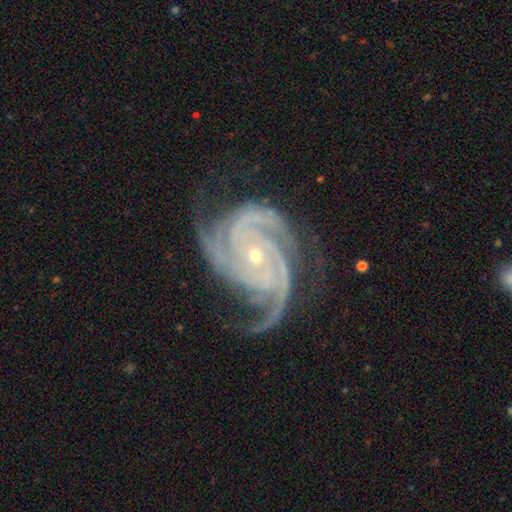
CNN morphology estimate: This is clearly a featured or disk galaxy (94%). It is clearly not viewed edge-on (98%). Bar: likely no (69%). Spiral arm pattern: clearly yes (99%). Spiral arm count: possibly 3 (49%). Spiral winding: likely tight (65%). Central bulge: likely small (71%). Merging: likely none (66%).